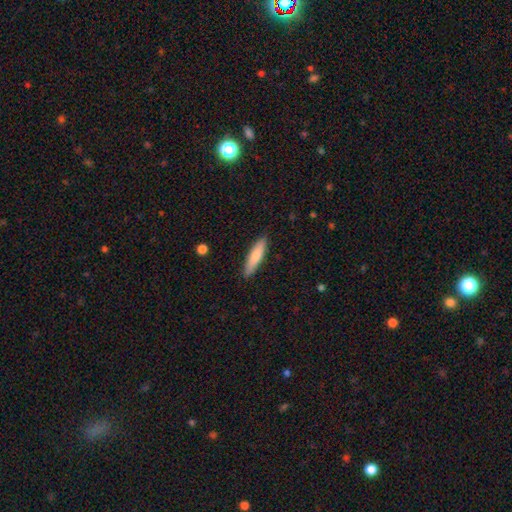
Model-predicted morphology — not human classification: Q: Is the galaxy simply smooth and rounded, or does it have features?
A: smooth — 73%.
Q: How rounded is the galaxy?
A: cigar-shaped — 72%.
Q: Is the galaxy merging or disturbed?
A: none — 87%.